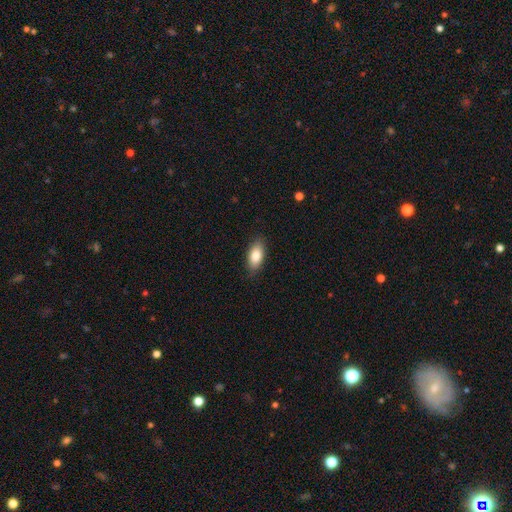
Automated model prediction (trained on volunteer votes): smooth_or_featured: smooth (p=0.84) [alt: featured or disk p=0.10]
how_rounded: in between (p=0.89) [alt: cigar-shaped p=0.07]
merging: none (p=0.85) [alt: minor disturbance p=0.11]